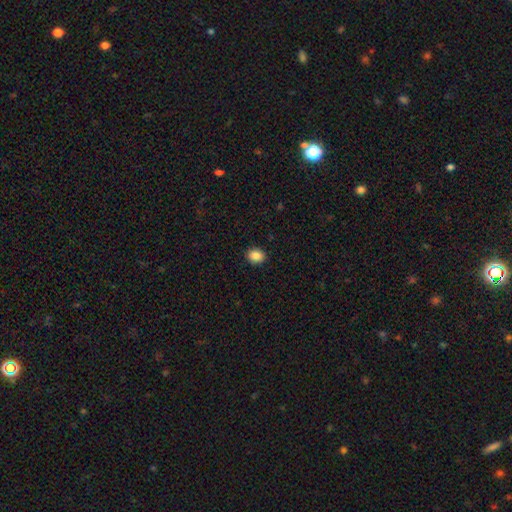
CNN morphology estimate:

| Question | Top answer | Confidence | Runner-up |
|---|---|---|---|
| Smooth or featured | smooth | 87% | star or artifact (9%) |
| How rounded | round | 61% | in between (38%) |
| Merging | none | 91% | minor disturbance (6%) |